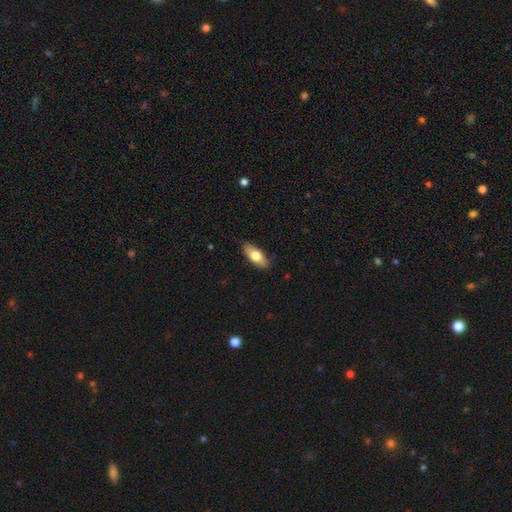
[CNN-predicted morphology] smooth_or_featured: smooth (p=0.73) [alt: featured or disk p=0.21]
how_rounded: in between (p=0.83) [alt: cigar-shaped p=0.15]
merging: none (p=0.87) [alt: minor disturbance p=0.10]